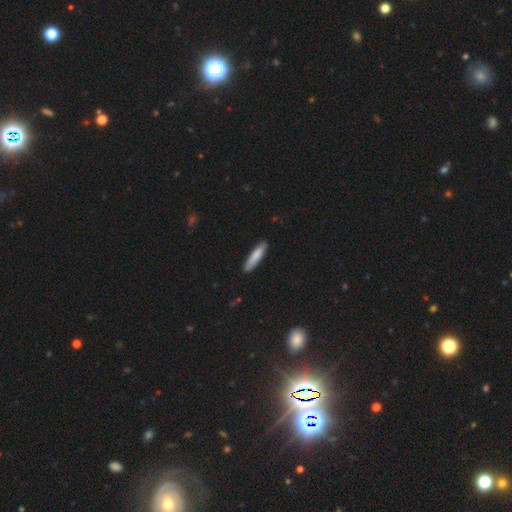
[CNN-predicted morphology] Smooth or featured?
  - smooth: 83% *
  - featured or disk: 12%
  - star or artifact: 5%
How rounded?
  - cigar-shaped: 81% *
  - in between: 18%
  - round: 1%
Merging?
  - none: 85% *
  - minor disturbance: 12%
  - major disturbance: 2%
  - merger: 1%